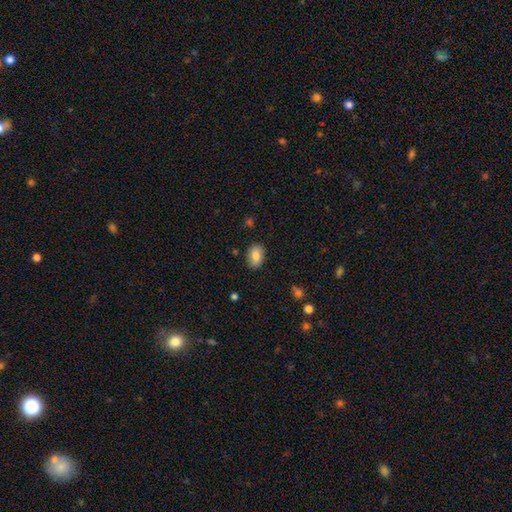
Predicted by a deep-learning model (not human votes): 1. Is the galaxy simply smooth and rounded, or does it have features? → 80% smooth, 12% featured or disk, 8% star or artifact.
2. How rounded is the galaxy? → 87% in between, 12% round, 1% cigar-shaped.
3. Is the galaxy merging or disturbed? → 85% none, 11% minor disturbance, 2% major disturbance, 1% merger.